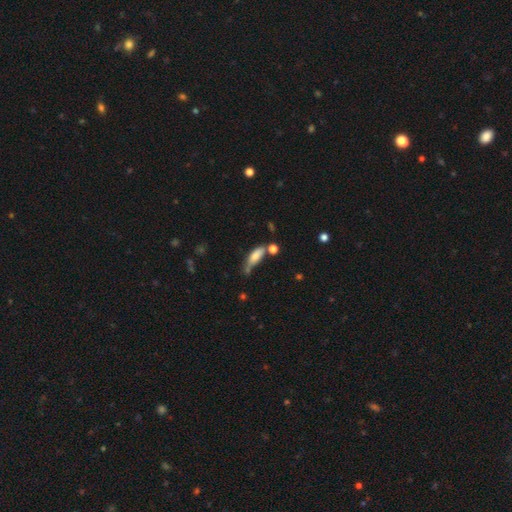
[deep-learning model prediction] A smooth galaxy with no disk features (74%) that is in between round and cigar-shaped (58%). Merging: none (39%).